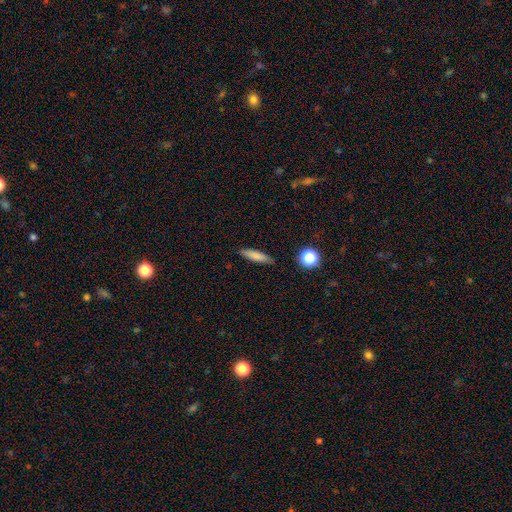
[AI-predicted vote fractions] Q: Smooth or featured?
A: smooth (79%); runner-up: featured or disk (12%)
Q: How rounded?
A: cigar-shaped (75%); runner-up: in between (22%)
Q: Merging?
A: none (86%); runner-up: minor disturbance (10%)